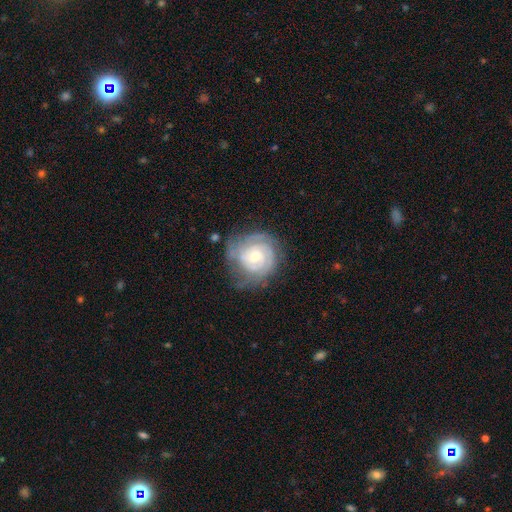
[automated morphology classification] Smooth or featured: featured or disk — 84% (smooth — 11%)
Edge-on disk: no — 98% (yes — 2%)
Bar: no — 68% (weak — 27%)
Spiral arms: yes — 96% (no — 4%)
Spiral winding: tight — 76% (medium — 20%)
Spiral arm count: 2 — 30% (can't tell — 29%)
Bulge size: small — 50% (moderate — 44%)
Merging: none — 70% (minor disturbance — 20%)